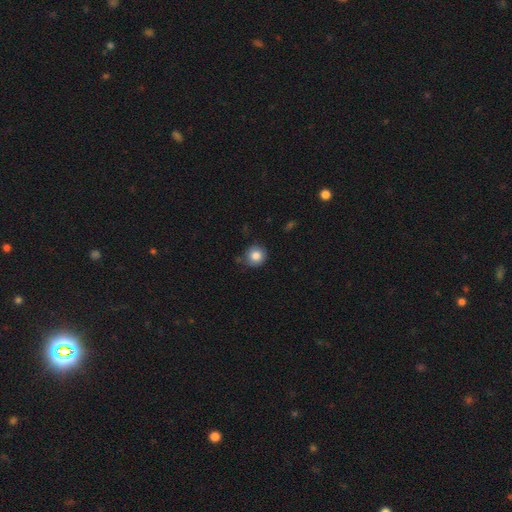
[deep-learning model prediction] Smooth or featured?
  - smooth: 84% *
  - star or artifact: 9%
  - featured or disk: 7%
How rounded?
  - round: 91% *
  - in between: 8%
  - cigar-shaped: 1%
Merging?
  - none: 76% *
  - minor disturbance: 18%
  - major disturbance: 3%
  - merger: 2%